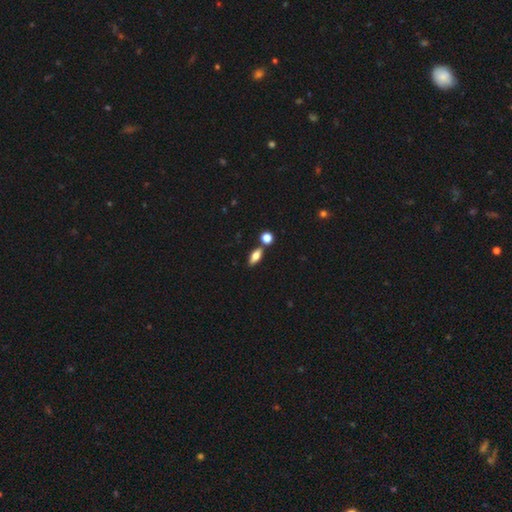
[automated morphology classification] smooth_or_featured: smooth (p=0.70) [alt: featured or disk p=0.21]
how_rounded: in between (p=0.72) [alt: cigar-shaped p=0.22]
merging: none (p=0.75) [alt: merger p=0.13]